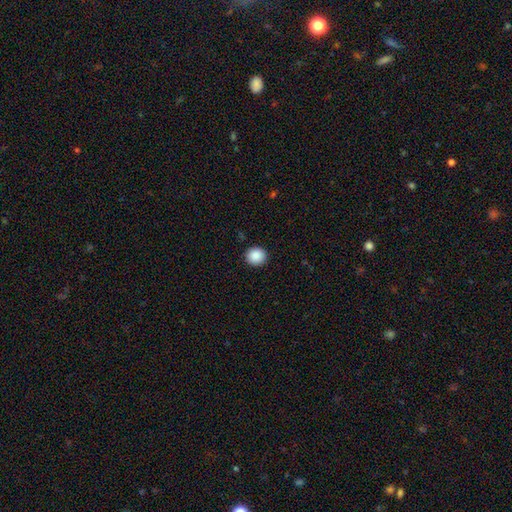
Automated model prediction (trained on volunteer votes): A smooth galaxy with no disk features (89%) that is round (91%).

Vote fractions:
- Smooth or featured? smooth: 89% / star or artifact: 9% / featured or disk: 3%
- How rounded? round: 91% / in between: 8% / cigar-shaped: 1%
- Merging? none: 92% / minor disturbance: 6% / major disturbance: 2% / merger: 1%